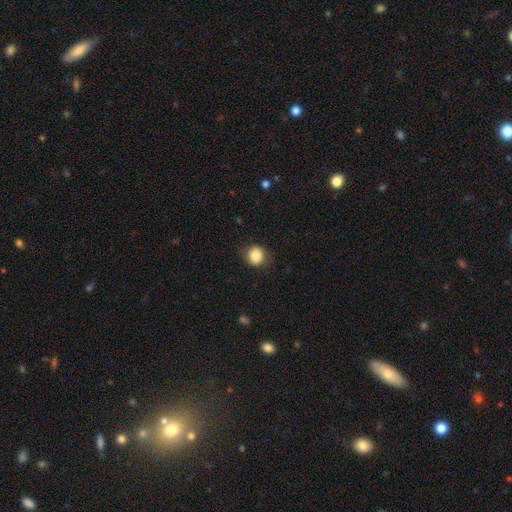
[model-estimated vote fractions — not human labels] This is clearly a smooth galaxy (85%). How rounded: clearly round (83%). Merging: clearly none (82%).